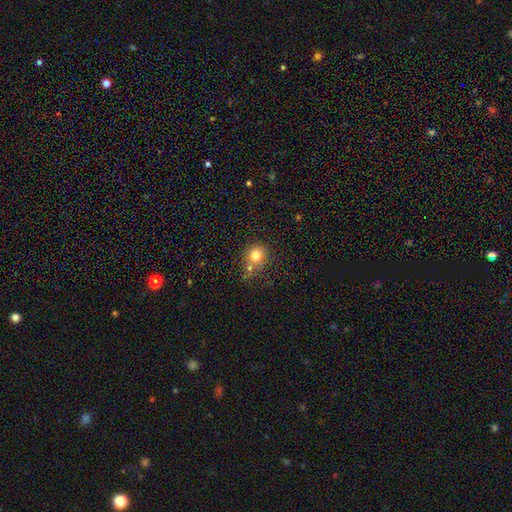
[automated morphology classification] Smooth or featured? smooth (78%)
How rounded? round (82%)
Merging? none (60%)